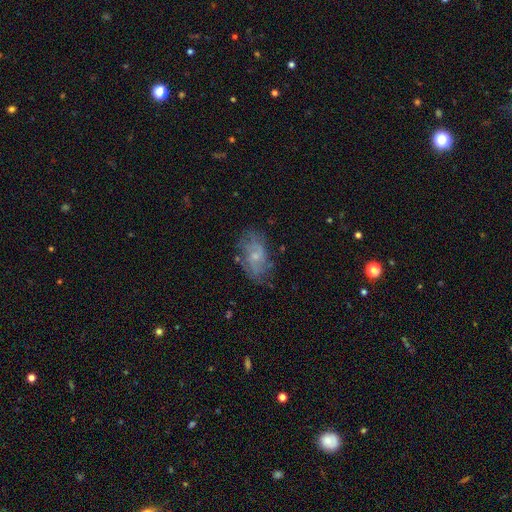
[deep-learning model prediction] Smooth or featured: featured or disk — 62% (smooth — 29%)
Edge-on disk: no — 96% (yes — 4%)
Bar: no — 64% (weak — 32%)
Spiral arms: yes — 77% (no — 23%)
Bulge size: small — 61% (moderate — 28%)
Merging: none — 67% (minor disturbance — 22%)